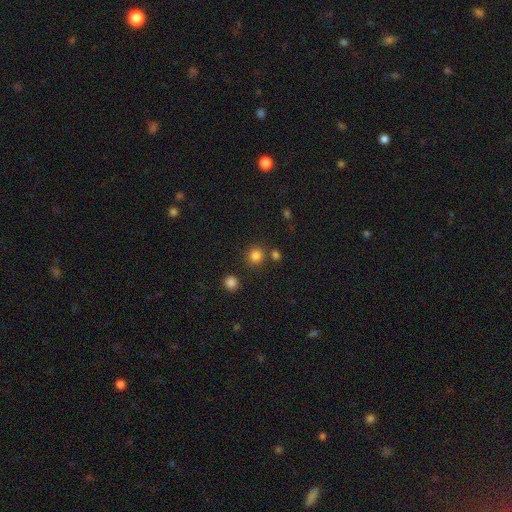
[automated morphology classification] The model was most divided on "smooth or featured": smooth: 82%, star or artifact: 14%, featured or disk: 4%. More confident: how rounded — round (90%); merging — none (80%).